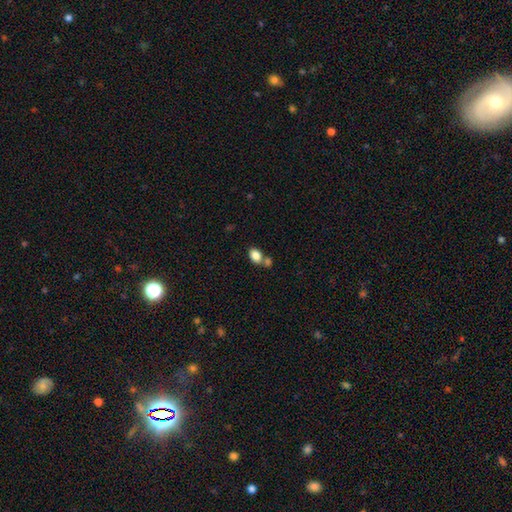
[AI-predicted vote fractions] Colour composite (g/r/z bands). It shows a smooth galaxy with no disk features (84%) that is in between round and cigar-shaped (79%). Merging: none (50%).